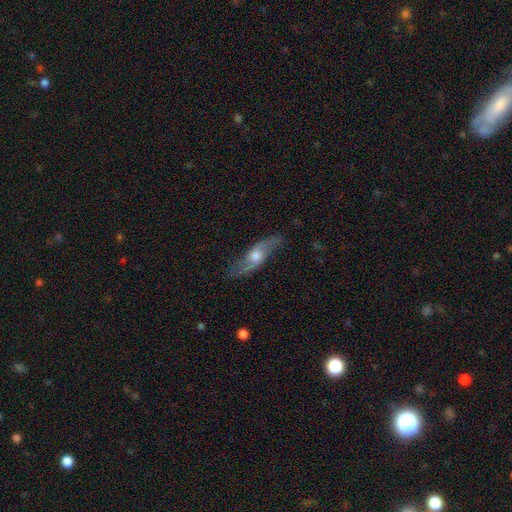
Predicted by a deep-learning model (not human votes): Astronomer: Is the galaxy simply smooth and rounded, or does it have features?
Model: featured or disk — 72%.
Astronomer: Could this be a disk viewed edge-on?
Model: no — 62% (runner-up: yes, 38%).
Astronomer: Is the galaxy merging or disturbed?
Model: none — 79%.